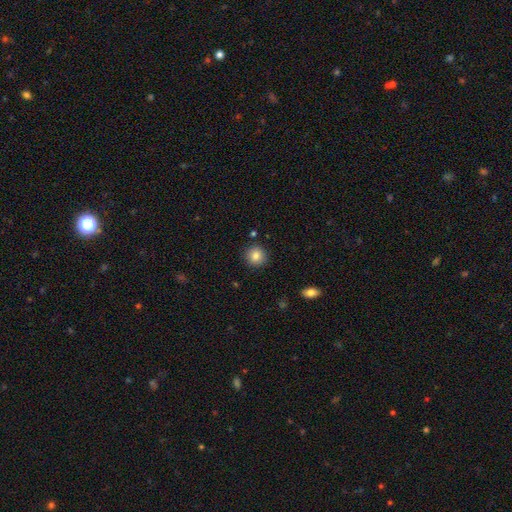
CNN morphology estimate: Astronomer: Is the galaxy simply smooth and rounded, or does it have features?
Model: smooth — 84%.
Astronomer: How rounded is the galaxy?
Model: round — 92%.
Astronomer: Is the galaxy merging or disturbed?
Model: none — 90%.